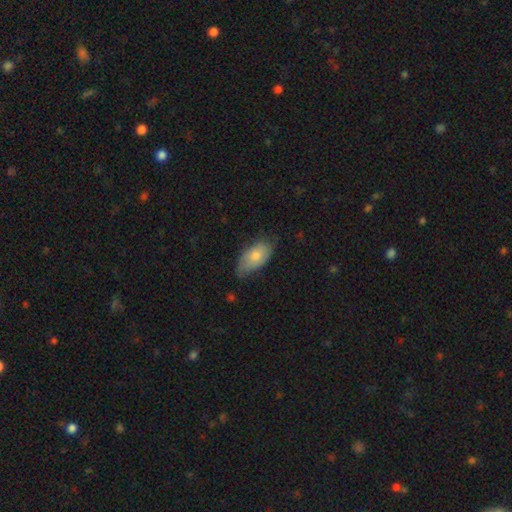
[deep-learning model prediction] This appears to be a smooth galaxy with no disk features (69%) that is in between round and cigar-shaped (92%). Merging: none (58%).